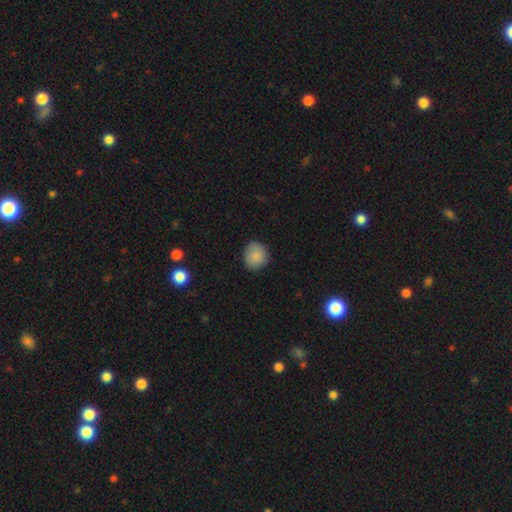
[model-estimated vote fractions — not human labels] Q: Smooth or featured?
A: smooth (85%); runner-up: star or artifact (8%)
Q: How rounded?
A: round (79%); runner-up: in between (20%)
Q: Merging?
A: none (84%); runner-up: minor disturbance (12%)